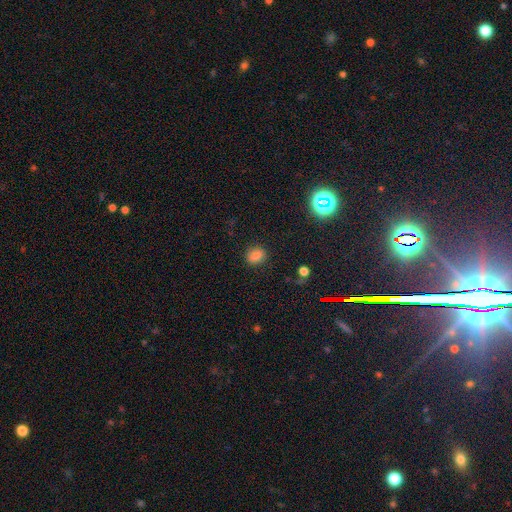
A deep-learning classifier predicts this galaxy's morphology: type=smooth (80%); roundness=round (50%); merging=none (85%).